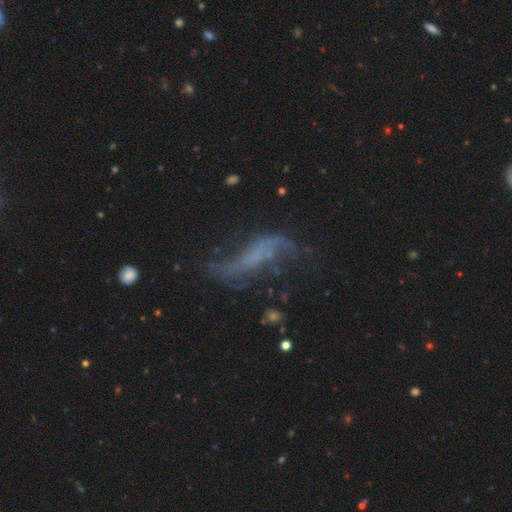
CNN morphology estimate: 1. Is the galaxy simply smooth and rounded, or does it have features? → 67% featured or disk, 18% smooth, 15% star or artifact.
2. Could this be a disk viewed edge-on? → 82% no, 18% yes.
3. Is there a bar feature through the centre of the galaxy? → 48% no, 27% weak, 25% strong.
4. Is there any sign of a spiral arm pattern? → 74% yes, 26% no.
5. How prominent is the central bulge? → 70% none, 19% small, 7% moderate, 2% large, 2% dominant.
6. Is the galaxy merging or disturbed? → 50% none, 22% major disturbance, 21% minor disturbance, 7% merger.